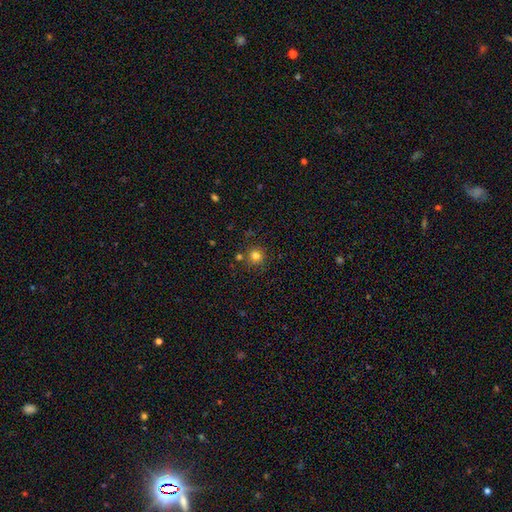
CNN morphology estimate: A smooth galaxy with no disk features (80%) that is round (93%).

Vote fractions:
- Smooth or featured? smooth: 80% / star or artifact: 14% / featured or disk: 6%
- How rounded? round: 93% / in between: 6% / cigar-shaped: 1%
- Merging? none: 81% / minor disturbance: 9% / merger: 8% / major disturbance: 3%